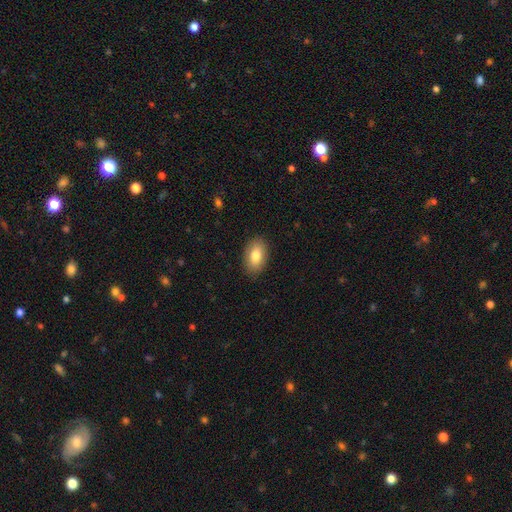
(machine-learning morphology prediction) The model was most divided on "smooth or featured": smooth: 80%, featured or disk: 13%, star or artifact: 7%. More confident: how rounded — in between (91%); merging — none (89%).